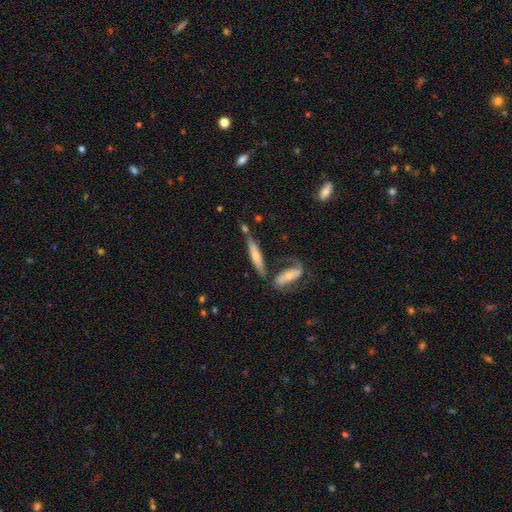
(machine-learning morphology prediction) A smooth galaxy with no disk features (51%) that is cigar-shaped (83%). Merging: none (57%).